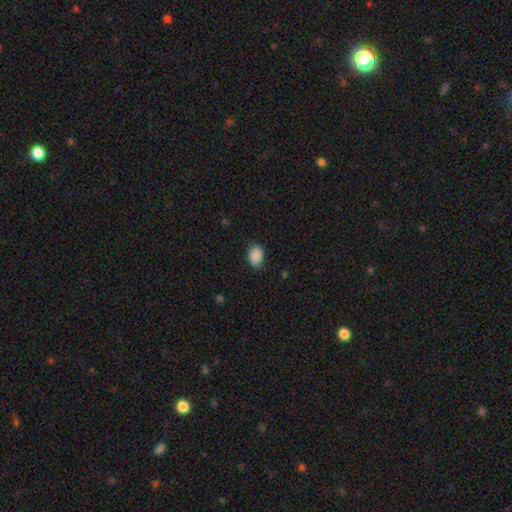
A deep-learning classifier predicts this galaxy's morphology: Q: Smooth or featured?
A: smooth (89%); runner-up: star or artifact (8%)
Q: How rounded?
A: in between (78%); runner-up: round (21%)
Q: Merging?
A: none (79%); runner-up: minor disturbance (17%)